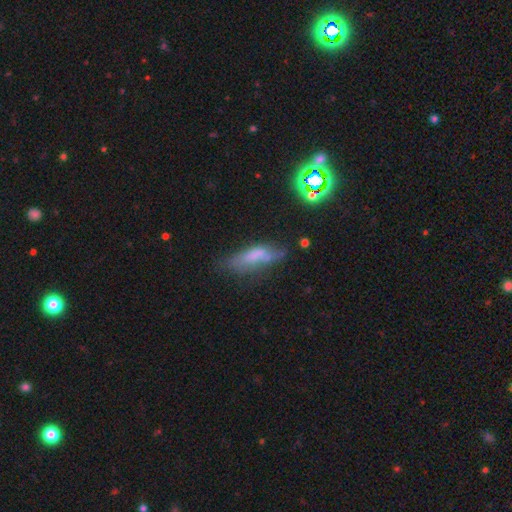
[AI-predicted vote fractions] Smooth or featured?
  - smooth: 58% *
  - featured or disk: 29%
  - star or artifact: 13%
How rounded?
  - cigar-shaped: 50% *
  - in between: 47%
  - round: 3%
Merging?
  - none: 44% *
  - minor disturbance: 29%
  - major disturbance: 18%
  - merger: 9%